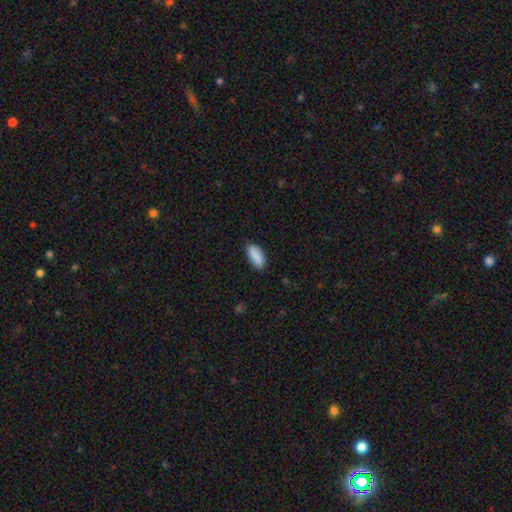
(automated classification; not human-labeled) smooth-or-featured: smooth: 90% | star or artifact: 6% | featured or disk: 4%
  how-rounded: in between: 84% | cigar-shaped: 14% | round: 2%
  merging: none: 84% | minor disturbance: 13% | major disturbance: 2% | merger: 1%